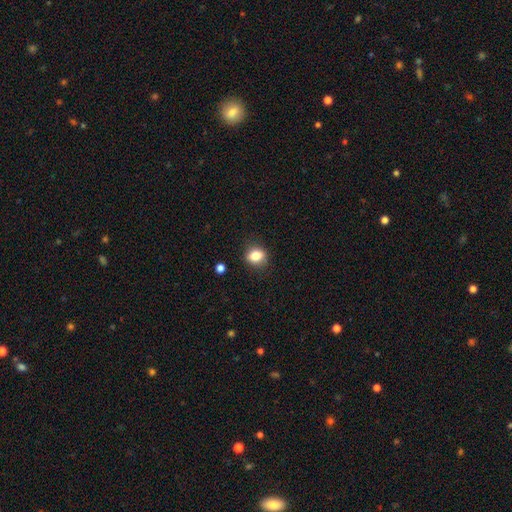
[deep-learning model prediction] Overall: smooth (82%). How rounded: round (54%; in between 45%). Merging: none (84%).